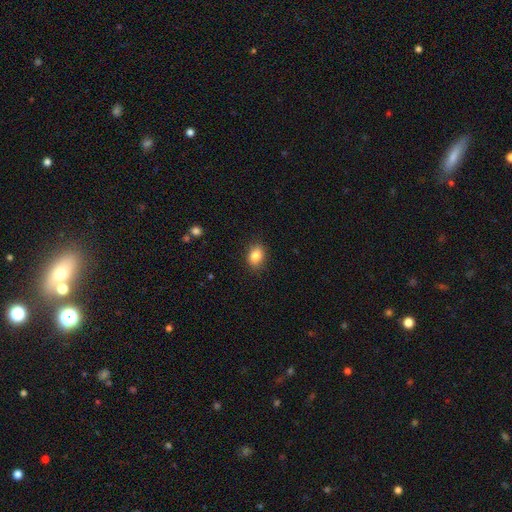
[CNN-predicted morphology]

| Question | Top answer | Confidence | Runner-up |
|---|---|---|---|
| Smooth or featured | smooth | 85% | star or artifact (9%) |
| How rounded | in between | 65% | round (33%) |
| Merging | none | 87% | minor disturbance (10%) |